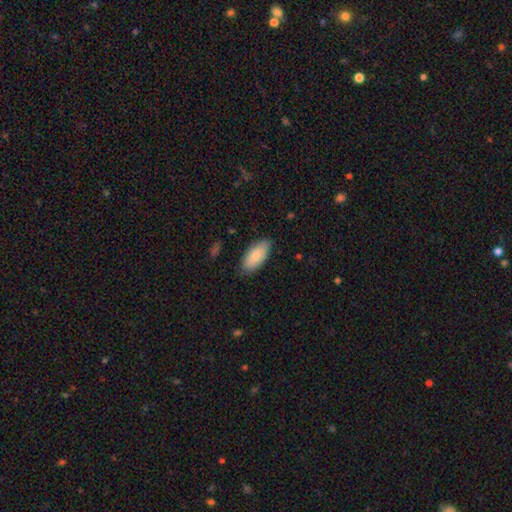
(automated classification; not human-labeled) Overall: smooth (81%). How rounded: in between (92%). Merging: none (83%).